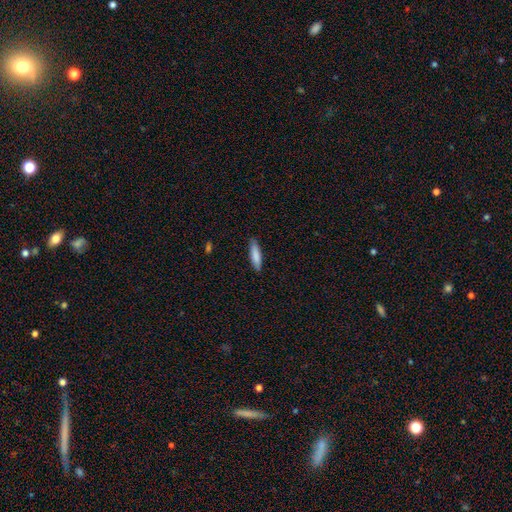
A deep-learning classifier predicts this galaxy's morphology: smooth-or-featured: smooth: 84% | featured or disk: 11% | star or artifact: 6%
  how-rounded: cigar-shaped: 73% | in between: 26% | round: 1%
  merging: none: 87% | minor disturbance: 10% | major disturbance: 2% | merger: 1%